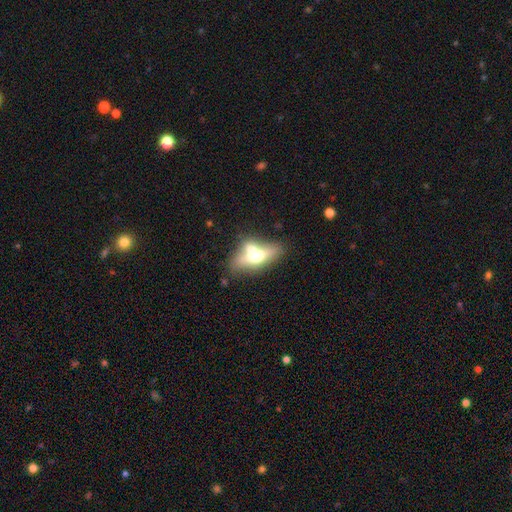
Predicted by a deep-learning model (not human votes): This appears to be a smooth galaxy with no disk features (49%). Merging: merger (40%).